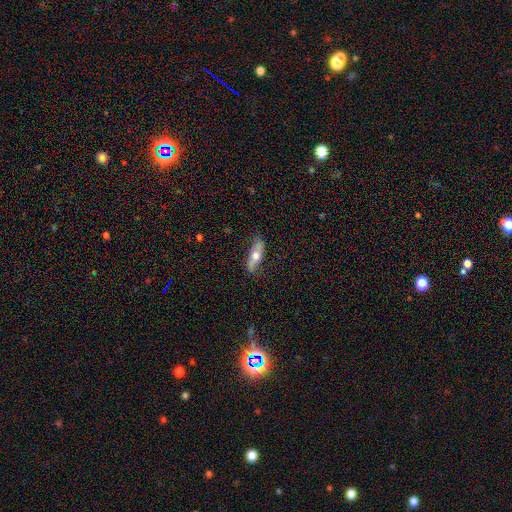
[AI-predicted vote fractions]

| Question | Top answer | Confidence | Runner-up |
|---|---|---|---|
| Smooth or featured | smooth | 52% | featured or disk (42%) |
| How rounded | cigar-shaped | 50% | in between (47%) |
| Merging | none | 77% | minor disturbance (17%) |